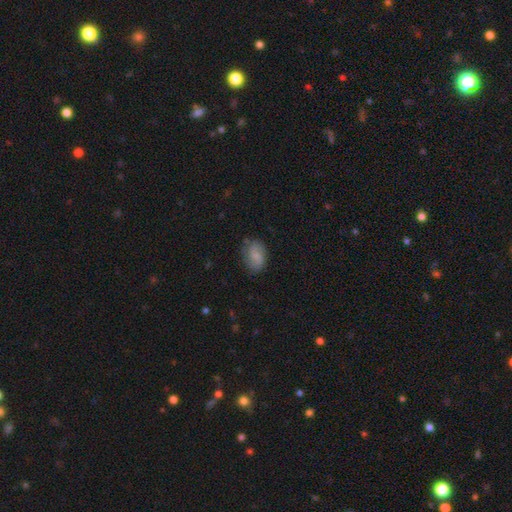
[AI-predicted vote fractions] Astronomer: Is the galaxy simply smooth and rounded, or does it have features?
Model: smooth — 59%.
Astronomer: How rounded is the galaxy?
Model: in between — 75%.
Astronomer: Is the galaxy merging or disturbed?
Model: none — 72%.